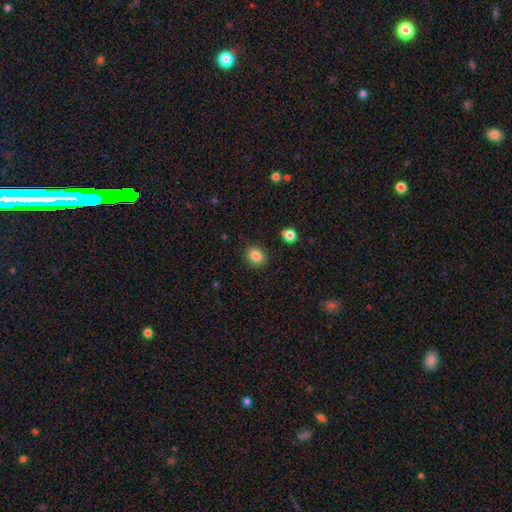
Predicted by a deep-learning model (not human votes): A smooth galaxy with no disk features (85%) that is in between round and cigar-shaped (54%).

Vote fractions:
- Smooth or featured? smooth: 85% / star or artifact: 10% / featured or disk: 5%
- How rounded? in between: 54% / round: 45% / cigar-shaped: 1%
- Merging? none: 87% / minor disturbance: 9% / major disturbance: 2% / merger: 2%